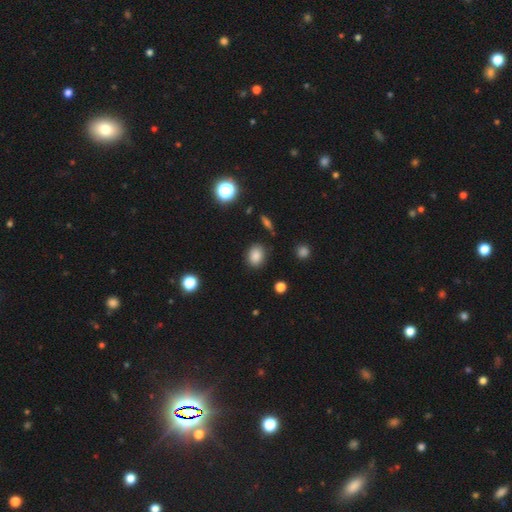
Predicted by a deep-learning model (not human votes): smooth_or_featured: smooth (p=0.84) [alt: star or artifact p=0.11]
how_rounded: in between (p=0.57) [alt: round p=0.42]
merging: none (p=0.85) [alt: minor disturbance p=0.10]